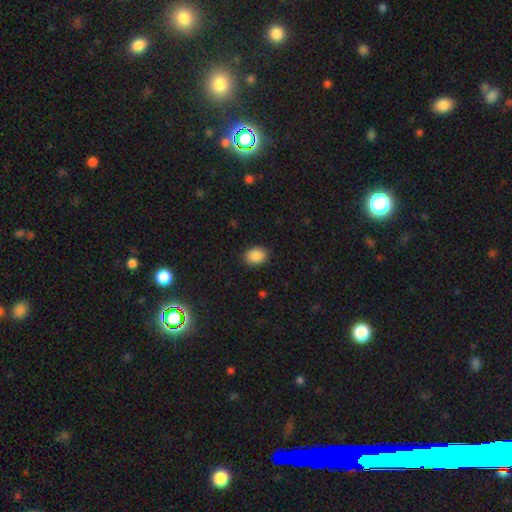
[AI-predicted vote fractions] Smooth or featured? Predicted: smooth (p=0.89). How rounded? Predicted: in between (p=0.64). Merging? Predicted: none (p=0.89).